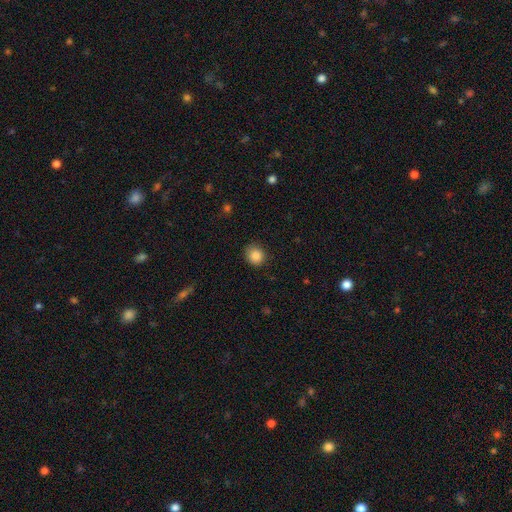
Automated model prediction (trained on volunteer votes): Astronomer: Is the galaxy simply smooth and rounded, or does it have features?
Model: smooth — 87%.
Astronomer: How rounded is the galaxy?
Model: round — 84%.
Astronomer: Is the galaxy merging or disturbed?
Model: none — 82%.